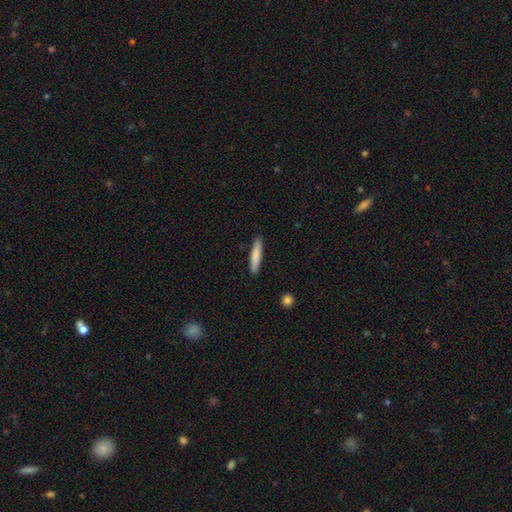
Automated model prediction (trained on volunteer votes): A smooth galaxy with no disk features (80%) that is cigar-shaped (88%). Merging: none (89%).